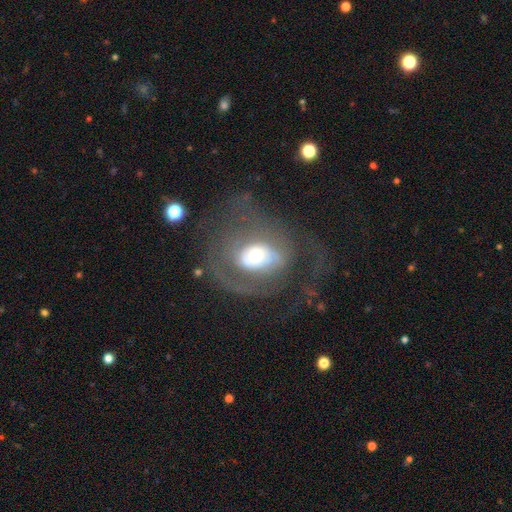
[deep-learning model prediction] Smooth or featured? featured or disk (69%)
Edge-on disk? no (96%)
Bar? no (79%)
Spiral arms? yes (65%)
Bulge size? moderate (62%)
Merging? none (42%)